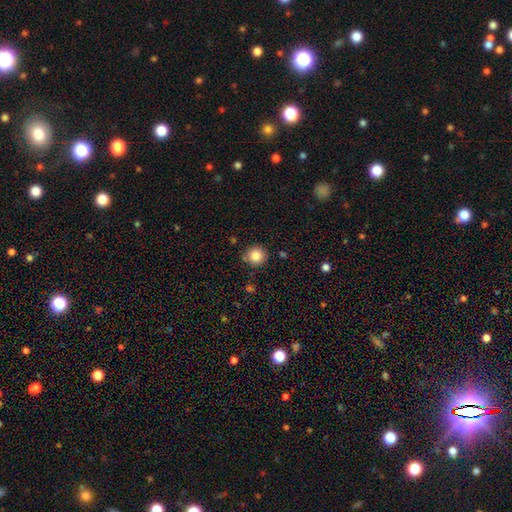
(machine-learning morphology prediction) The model was most divided on "smooth or featured": smooth: 84%, star or artifact: 10%, featured or disk: 5%. More confident: how rounded — round (93%); merging — none (86%).